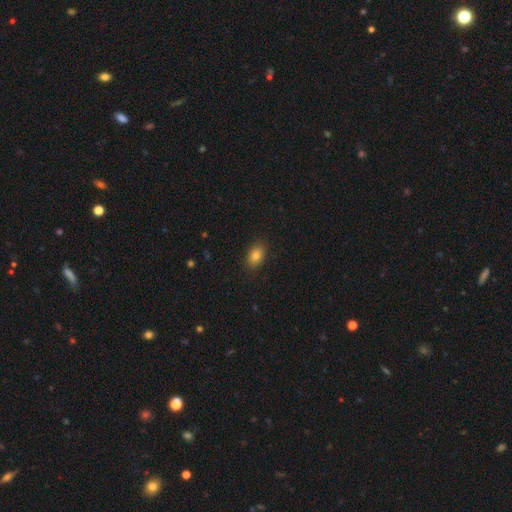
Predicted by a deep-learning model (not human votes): This appears to be a smooth galaxy with no disk features (81%) that is in between round and cigar-shaped (81%). Merging: none (87%).